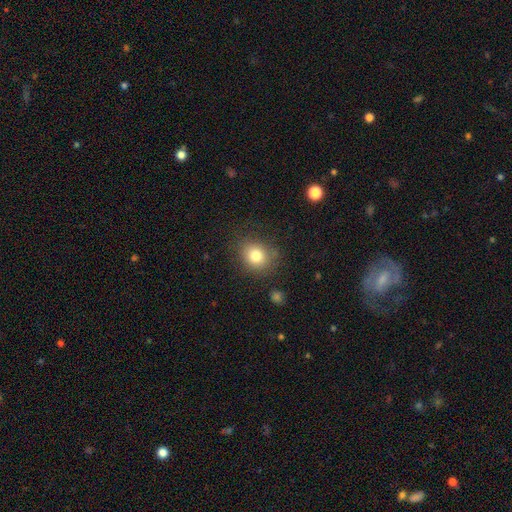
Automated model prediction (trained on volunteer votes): Smooth or featured? Predicted: smooth (p=0.79). How rounded? Predicted: round (p=0.72). Merging? Predicted: none (p=0.81).